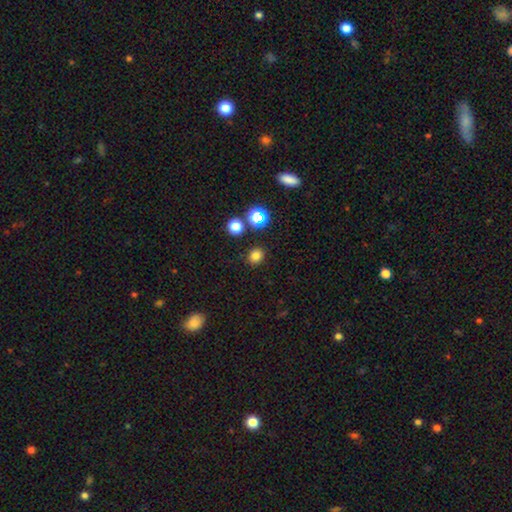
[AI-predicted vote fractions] This appears to be a smooth galaxy with no disk features (78%) that is round (73%). Merging: none (87%).